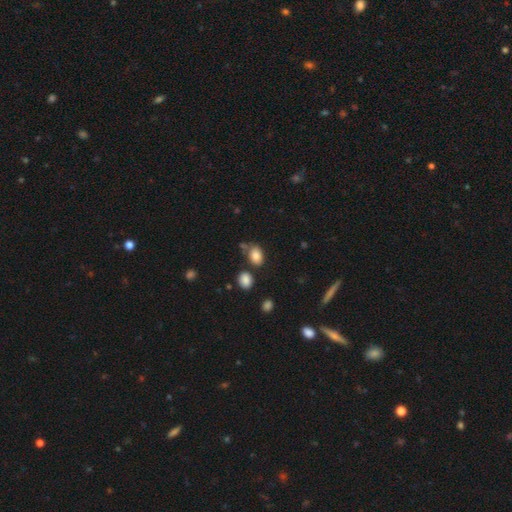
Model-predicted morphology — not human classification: Smooth or featured? Predicted: smooth (p=0.84). How rounded? Predicted: in between (p=0.79). Merging? Predicted: none (p=0.66).